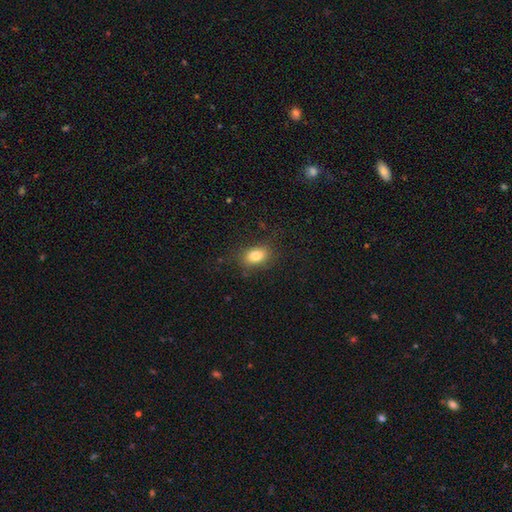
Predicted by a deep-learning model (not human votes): This is clearly a smooth galaxy (82%). How rounded: clearly in between (81%). Merging: likely none (80%).